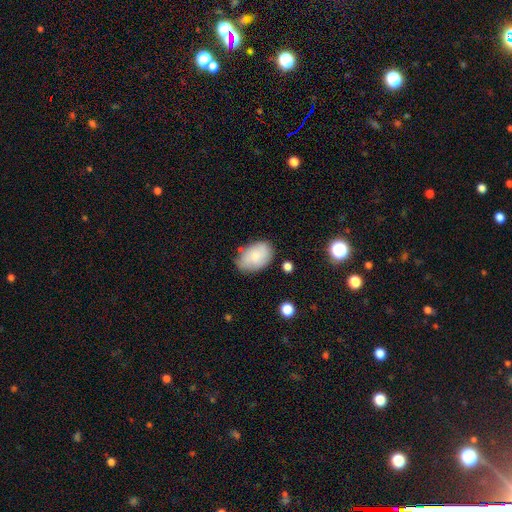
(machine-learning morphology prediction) Smooth or featured? smooth (81%)
How rounded? in between (91%)
Merging? none (72%)